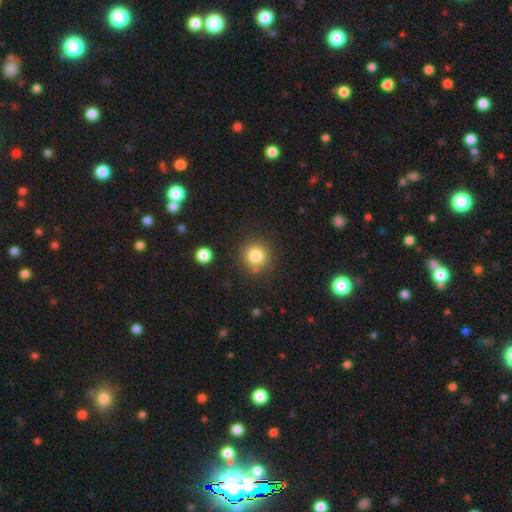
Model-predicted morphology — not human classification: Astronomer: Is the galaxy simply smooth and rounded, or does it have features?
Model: smooth — 82%.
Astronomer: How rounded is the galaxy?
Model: round — 92%.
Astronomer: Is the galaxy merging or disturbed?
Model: none — 81%.